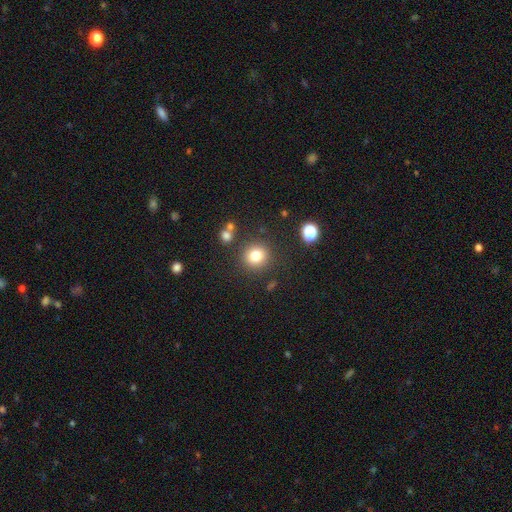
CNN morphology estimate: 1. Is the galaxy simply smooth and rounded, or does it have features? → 80% smooth, 13% star or artifact, 7% featured or disk.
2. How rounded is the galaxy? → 90% round, 9% in between, 1% cigar-shaped.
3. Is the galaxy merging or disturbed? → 84% none, 8% minor disturbance, 4% merger, 3% major disturbance.